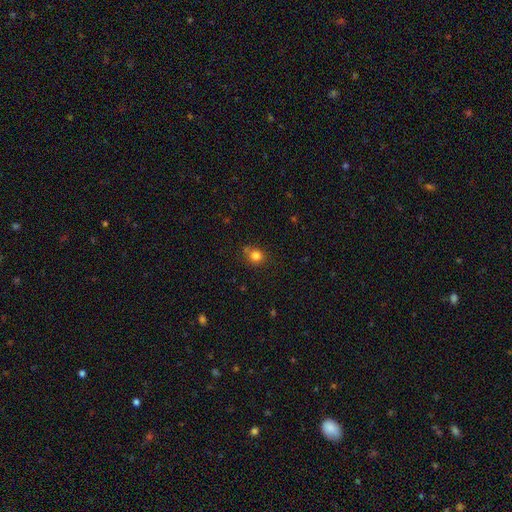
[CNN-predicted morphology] This appears to be a smooth galaxy with no disk features (82%) that is round (75%). Merging: none (68%).